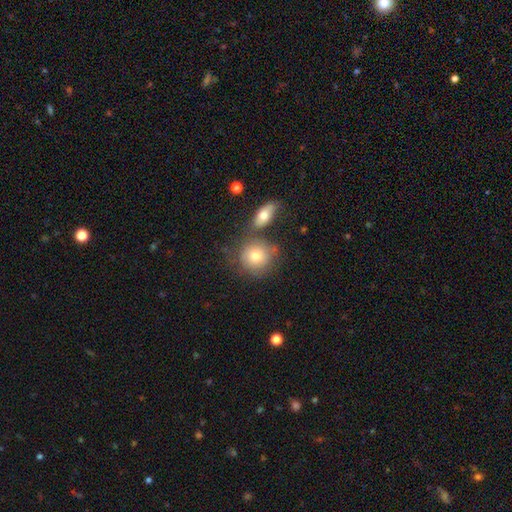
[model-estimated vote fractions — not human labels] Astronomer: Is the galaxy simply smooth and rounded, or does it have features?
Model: smooth — 76%.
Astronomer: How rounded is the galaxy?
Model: round — 85%.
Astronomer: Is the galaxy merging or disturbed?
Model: none — 60%.